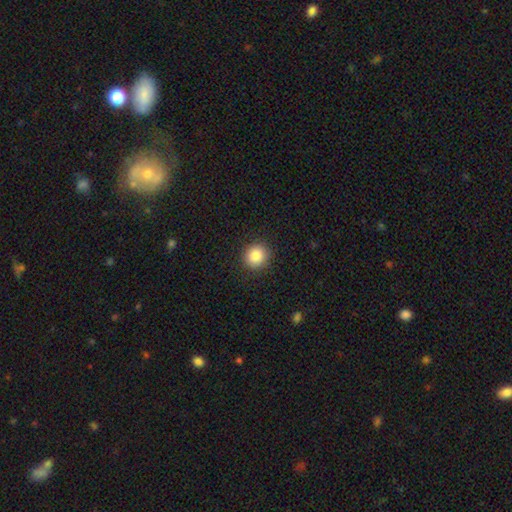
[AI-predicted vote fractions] This appears to be a smooth galaxy with no disk features (86%) that is round (86%). Merging: none (91%).